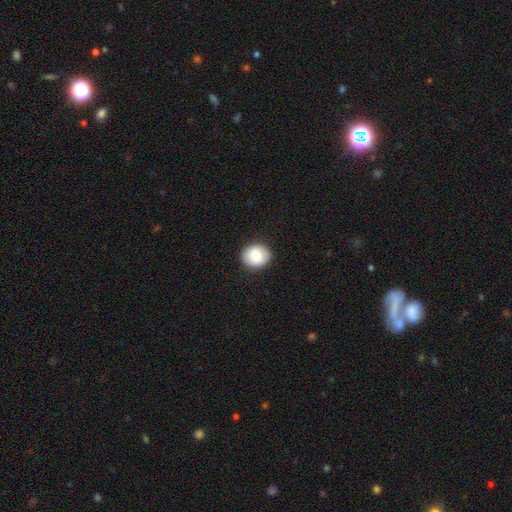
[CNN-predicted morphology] This appears to be a smooth galaxy with no disk features (84%) that is round (75%). Merging: none (89%).